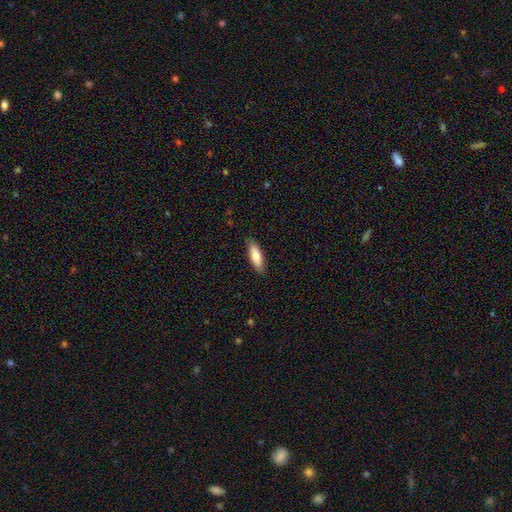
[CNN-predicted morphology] Overall: smooth (78%). How rounded: in between (56%; cigar-shaped 42%). Merging: none (87%).